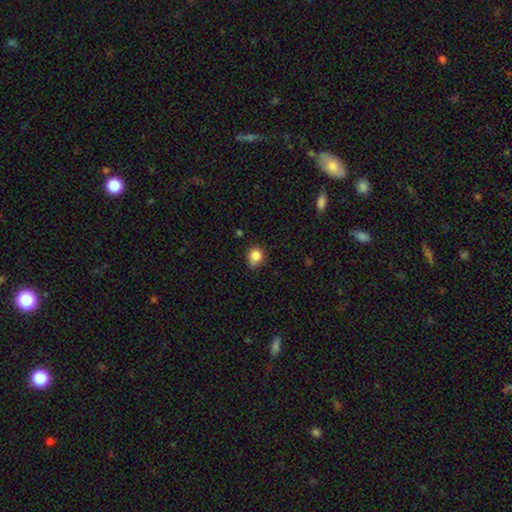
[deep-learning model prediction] Smooth or featured?
  - smooth: 85% *
  - star or artifact: 10%
  - featured or disk: 5%
How rounded?
  - round: 69% *
  - in between: 29%
  - cigar-shaped: 1%
Merging?
  - none: 56% *
  - minor disturbance: 35%
  - major disturbance: 6%
  - merger: 3%